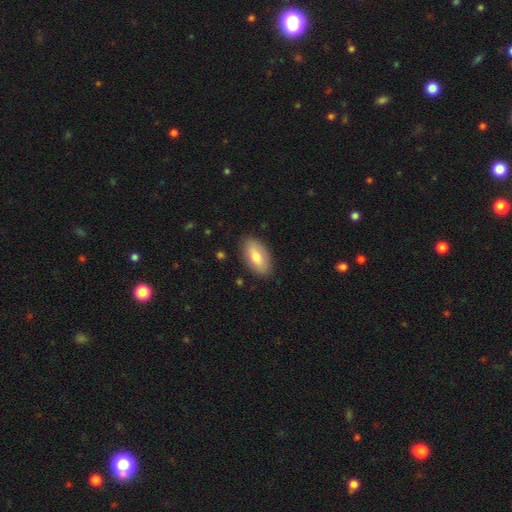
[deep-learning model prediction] Smooth or featured? smooth (76%)
How rounded? in between (92%)
Merging? none (86%)